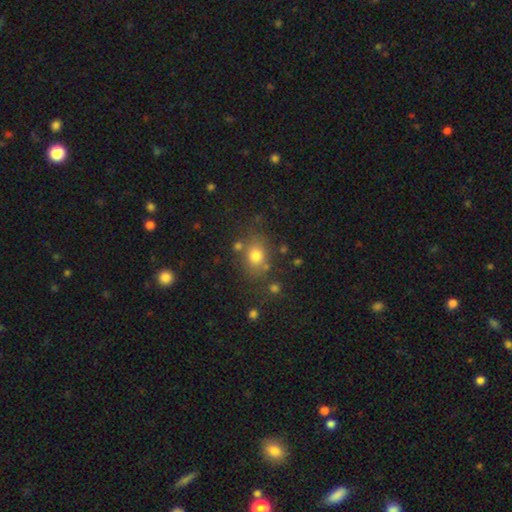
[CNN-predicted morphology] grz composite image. It shows a smooth galaxy with no disk features (76%) that is in between round and cigar-shaped (50%). Merging: none (72%).